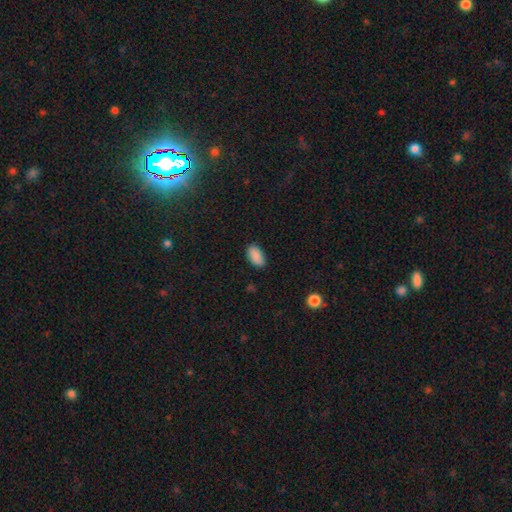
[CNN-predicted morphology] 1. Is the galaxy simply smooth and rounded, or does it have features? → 89% smooth, 7% star or artifact, 4% featured or disk.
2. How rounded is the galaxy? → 94% in between, 3% round, 2% cigar-shaped.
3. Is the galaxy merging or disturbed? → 85% none, 11% minor disturbance, 2% major disturbance, 1% merger.